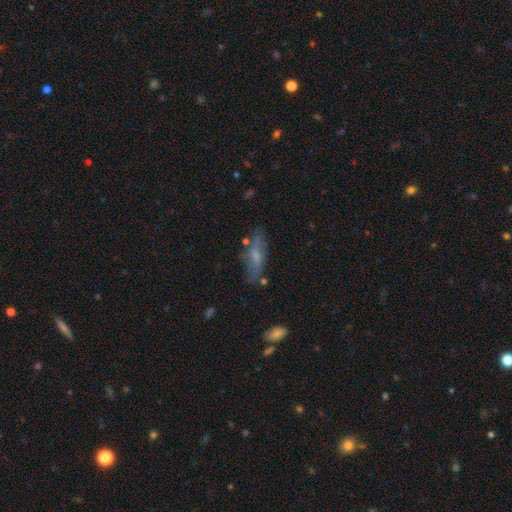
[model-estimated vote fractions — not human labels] Smooth or featured: smooth — 49% (featured or disk — 43%)
Merging: none — 70% (minor disturbance — 19%)